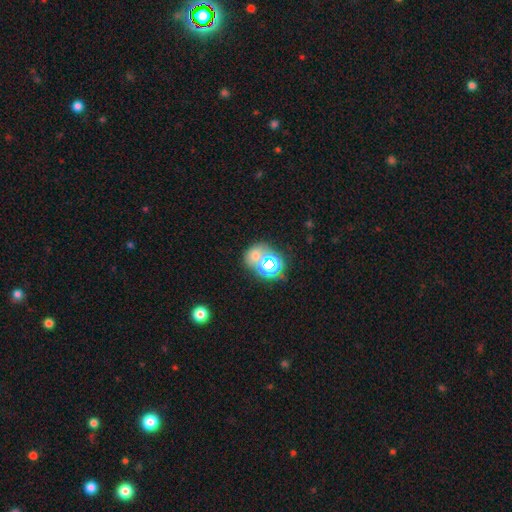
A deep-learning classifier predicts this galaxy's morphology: smooth_or_featured: smooth (p=0.53) [alt: star or artifact p=0.30]
how_rounded: round (p=0.62) [alt: in between p=0.37]
merging: none (p=0.43) [alt: merger p=0.40]